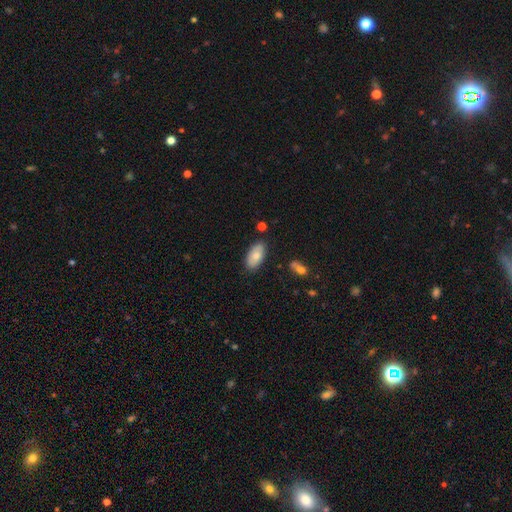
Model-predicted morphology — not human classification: Smooth or featured? Predicted: smooth (p=0.77). How rounded? Predicted: in between (p=0.93). Merging? Predicted: none (p=0.82).